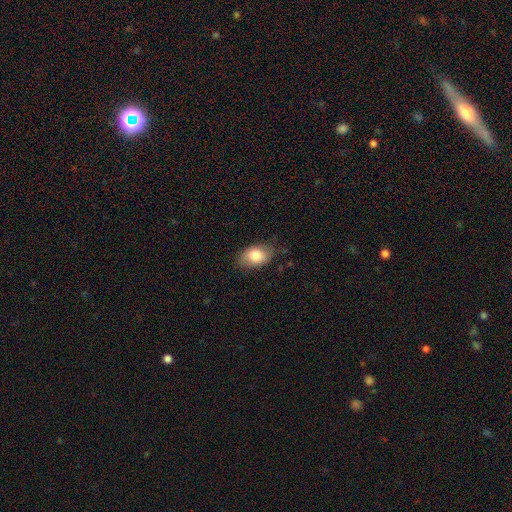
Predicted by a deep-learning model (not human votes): Smooth or featured? smooth (81%)
How rounded? in between (87%)
Merging? none (78%)